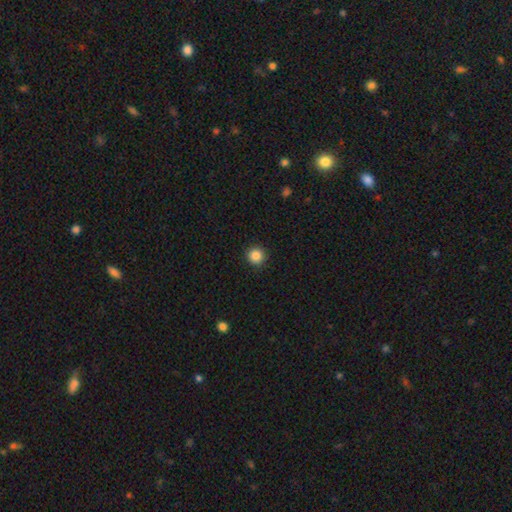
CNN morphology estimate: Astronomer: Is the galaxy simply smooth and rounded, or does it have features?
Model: smooth — 86%.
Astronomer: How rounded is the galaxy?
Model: round — 96%.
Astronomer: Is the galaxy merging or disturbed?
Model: none — 93%.